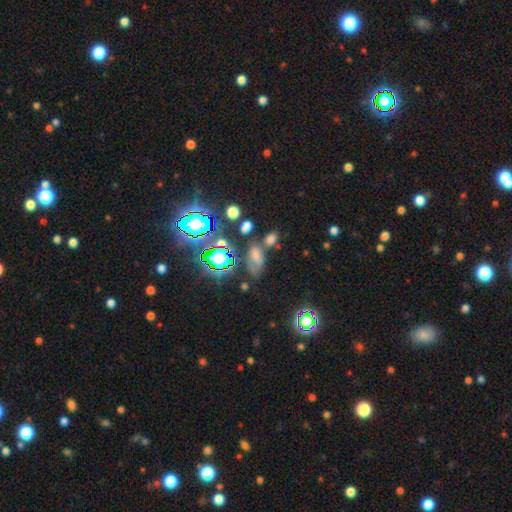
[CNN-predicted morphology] smooth_or_featured: smooth (p=0.51) [alt: star or artifact p=0.30]
how_rounded: in between (p=0.84) [alt: round p=0.11]
merging: none (p=0.51) [alt: minor disturbance p=0.21]